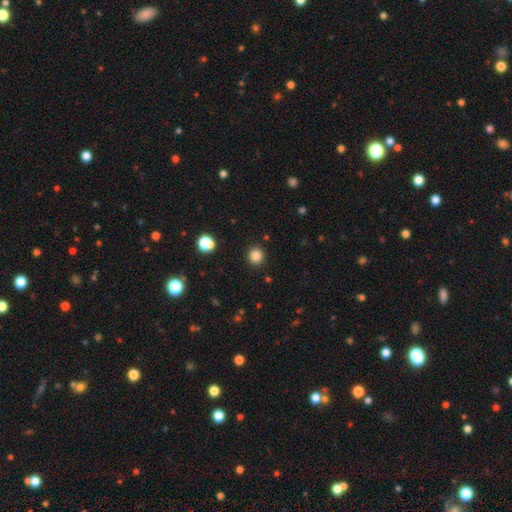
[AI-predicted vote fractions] Smooth or featured? smooth (84%)
How rounded? round (91%)
Merging? none (90%)